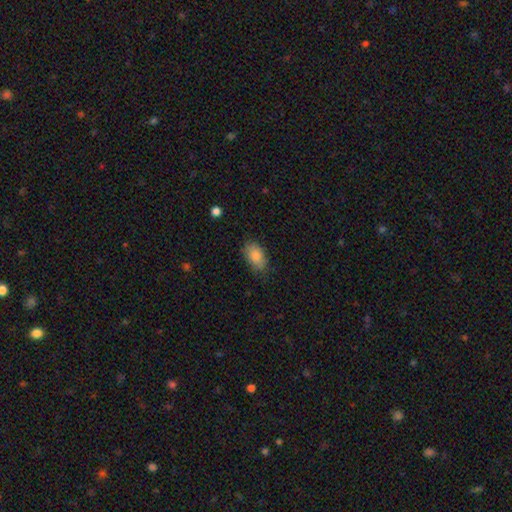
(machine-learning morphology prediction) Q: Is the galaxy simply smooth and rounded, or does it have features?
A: smooth — 84%.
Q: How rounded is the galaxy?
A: in between — 91%.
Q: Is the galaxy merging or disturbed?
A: none — 77%.